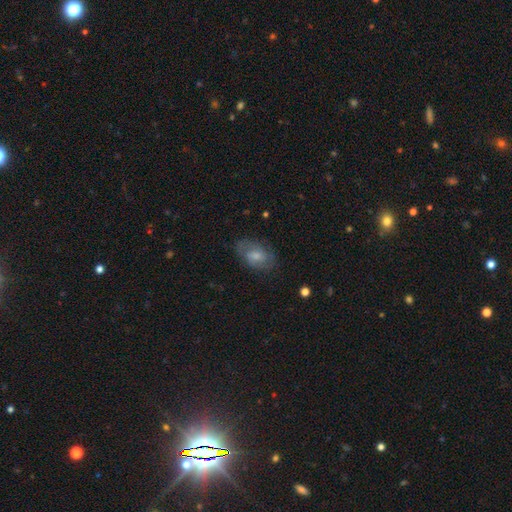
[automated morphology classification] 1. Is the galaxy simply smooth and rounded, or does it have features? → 49% smooth, 43% featured or disk, 8% star or artifact.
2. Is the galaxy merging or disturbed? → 68% none, 22% minor disturbance, 9% major disturbance, 1% merger.